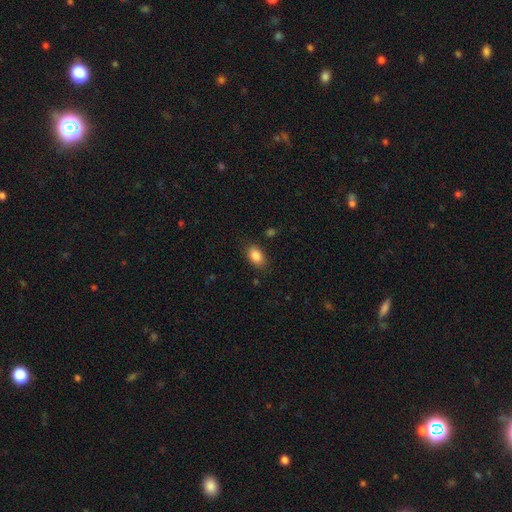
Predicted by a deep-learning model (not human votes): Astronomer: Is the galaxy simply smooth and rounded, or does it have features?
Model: smooth — 87%.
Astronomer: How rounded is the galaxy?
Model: in between — 88%.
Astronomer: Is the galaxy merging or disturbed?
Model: none — 82%.